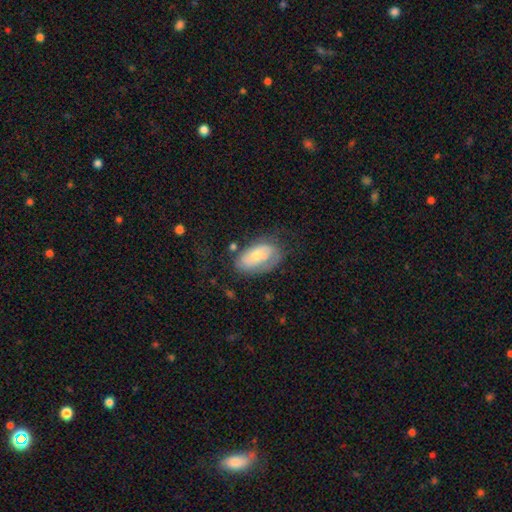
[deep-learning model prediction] Smooth or featured? featured or disk (50%)
Edge-on disk? no (92%)
Merging? none (56%)